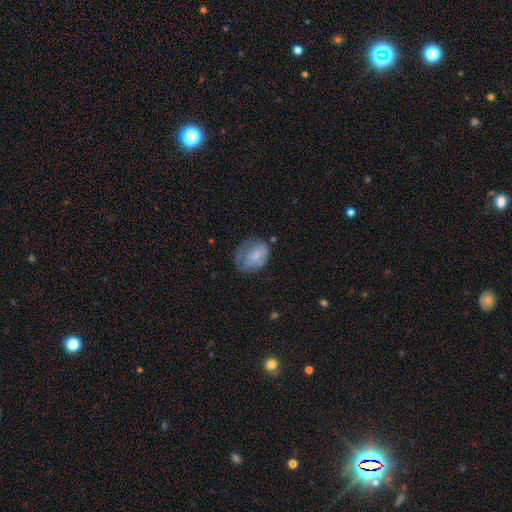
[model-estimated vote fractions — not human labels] The model was most divided on "merging": none: 48%, minor disturbance: 30%, major disturbance: 20%, merger: 2%. More confident: smooth or featured — smooth (65%); how rounded — in between (62%).